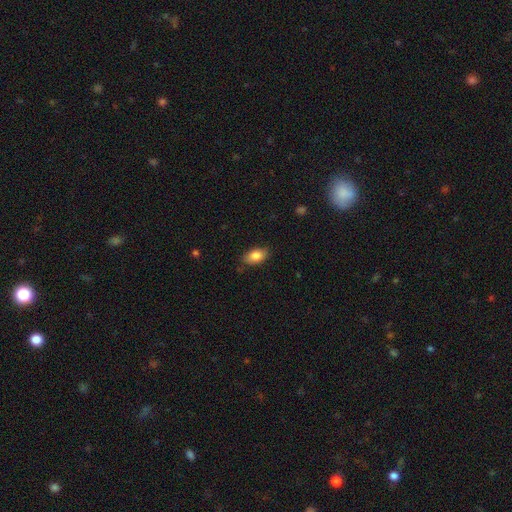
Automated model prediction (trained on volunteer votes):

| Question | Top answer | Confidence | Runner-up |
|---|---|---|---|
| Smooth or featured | smooth | 84% | featured or disk (9%) |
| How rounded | in between | 91% | round (6%) |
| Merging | none | 83% | minor disturbance (13%) |